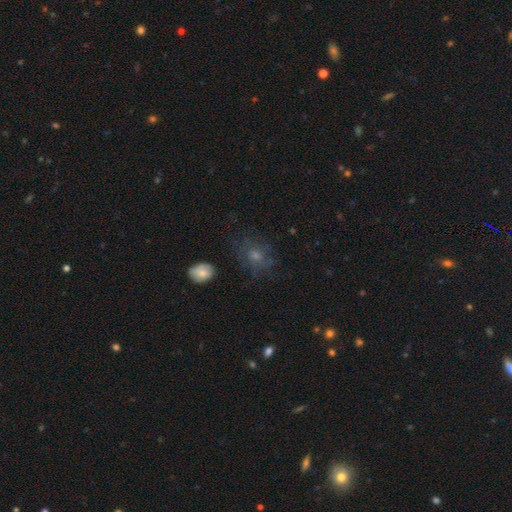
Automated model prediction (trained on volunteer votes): Overall: smooth (49%; featured or disk 34%). Merging: none (65%).